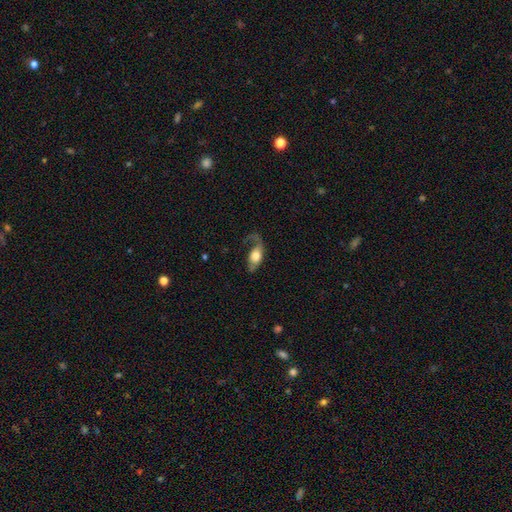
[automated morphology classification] Smooth or featured: featured or disk — 48% (smooth — 45%)
Merging: major disturbance — 44% (none — 32%)